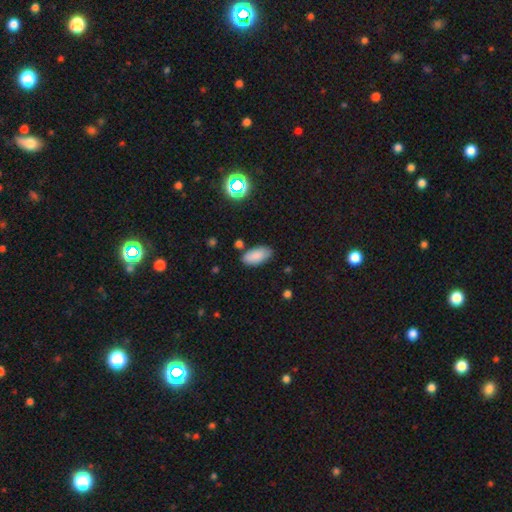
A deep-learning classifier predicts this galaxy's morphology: This is clearly a smooth galaxy (85%). How rounded: clearly in between (92%). Merging: likely none (78%).